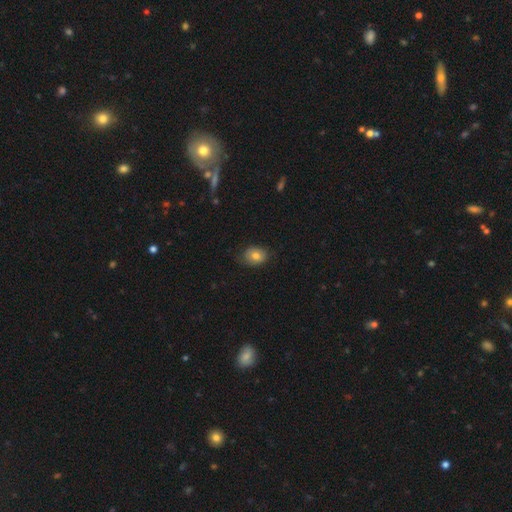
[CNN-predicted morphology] The model was most divided on "how rounded": in between: 62%, round: 37%, cigar-shaped: 1%. More confident: smooth or featured — smooth (78%); merging — none (76%).